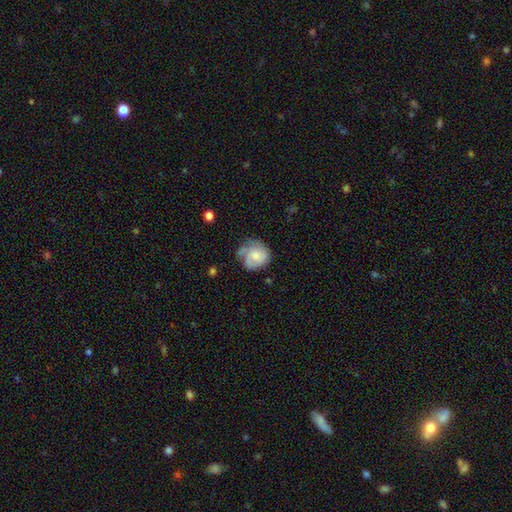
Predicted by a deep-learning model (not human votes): Smooth or featured? Predicted: featured or disk (p=0.47). Merging? Predicted: none (p=0.50).